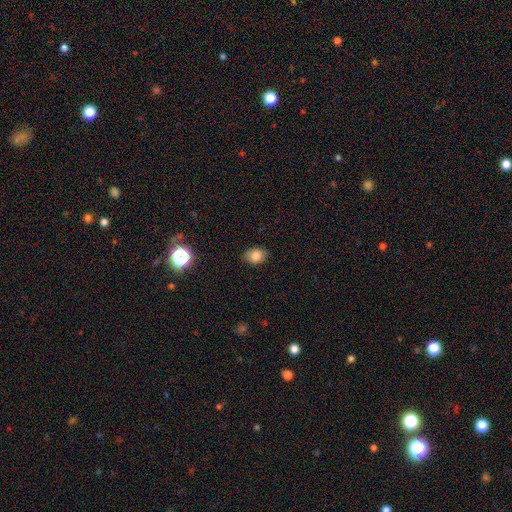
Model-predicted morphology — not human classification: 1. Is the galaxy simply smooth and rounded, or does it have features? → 81% smooth, 11% star or artifact, 8% featured or disk.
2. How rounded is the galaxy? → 75% in between, 24% round, 1% cigar-shaped.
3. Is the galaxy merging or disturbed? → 80% none, 15% minor disturbance, 3% major disturbance, 1% merger.